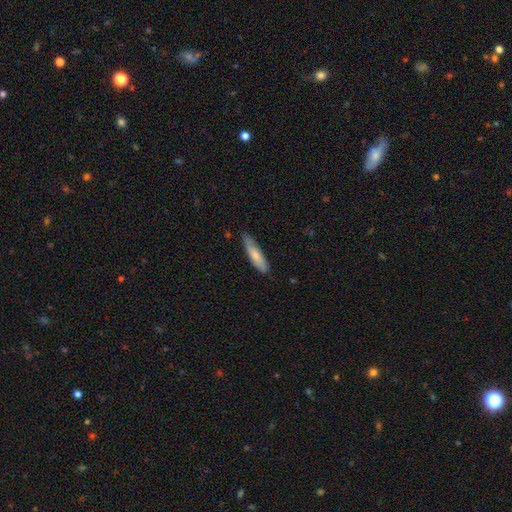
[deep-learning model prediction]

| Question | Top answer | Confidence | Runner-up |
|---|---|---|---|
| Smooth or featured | smooth | 72% | featured or disk (22%) |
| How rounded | cigar-shaped | 72% | in between (27%) |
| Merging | none | 73% | minor disturbance (22%) |